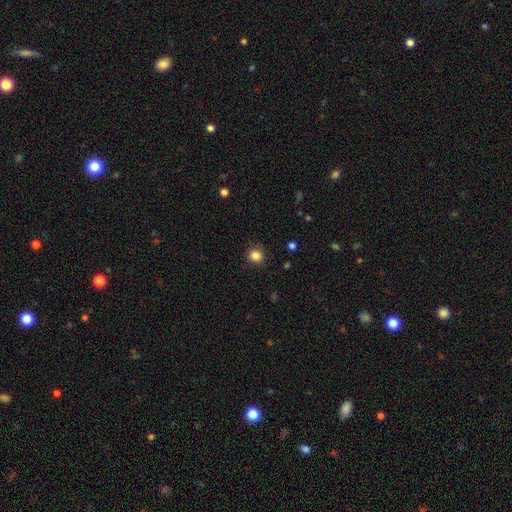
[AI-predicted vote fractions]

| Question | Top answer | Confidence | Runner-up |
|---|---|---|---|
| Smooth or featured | smooth | 85% | star or artifact (11%) |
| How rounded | round | 89% | in between (10%) |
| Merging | none | 88% | minor disturbance (8%) |